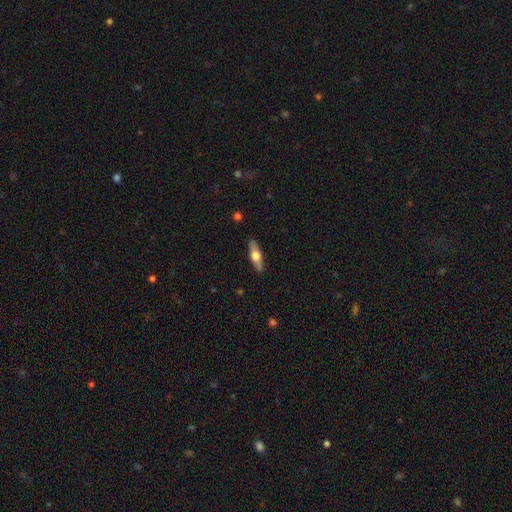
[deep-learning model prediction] A featured or disk galaxy (47%, tied with smooth).

Vote fractions:
- Smooth or featured? featured or disk: 47% (tied) / smooth: 47% (tied) / star or artifact: 6%
- Merging? none: 88% / minor disturbance: 9% / major disturbance: 2% / merger: 1%